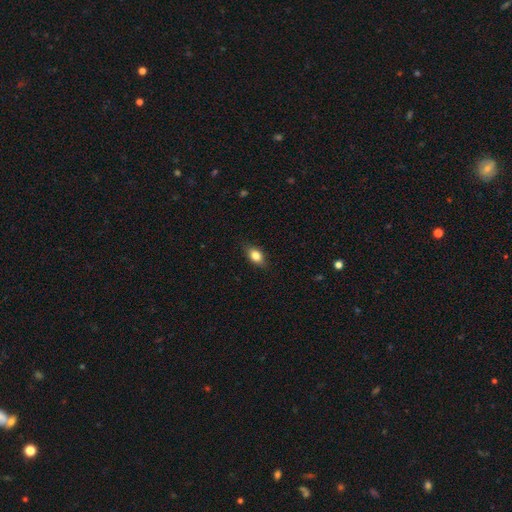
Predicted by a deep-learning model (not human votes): This is clearly a smooth galaxy (81%). How rounded: clearly in between (81%). Merging: clearly none (84%).